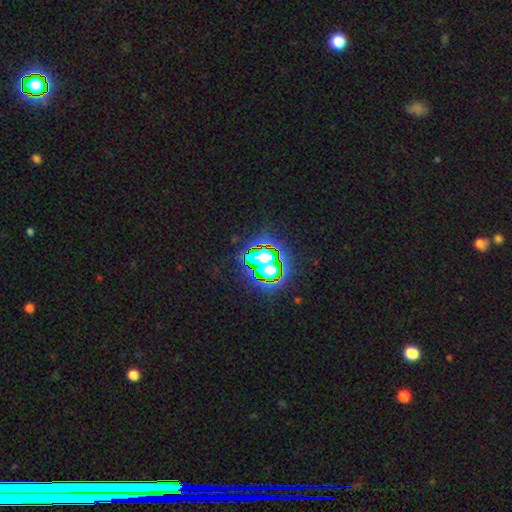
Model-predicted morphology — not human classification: Overall: star or artifact (79%).